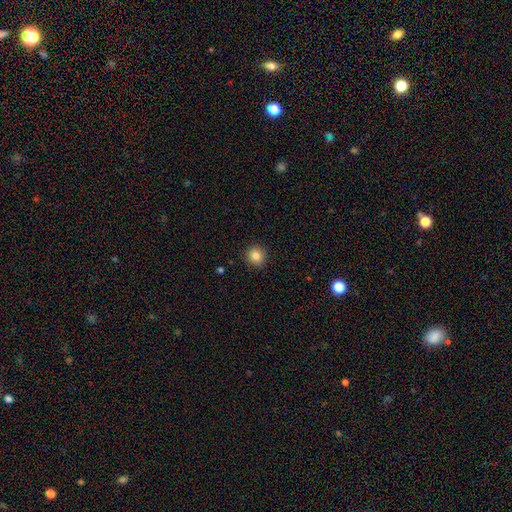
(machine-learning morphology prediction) A smooth galaxy with no disk features (84%) that is round (92%). Merging: none (91%).